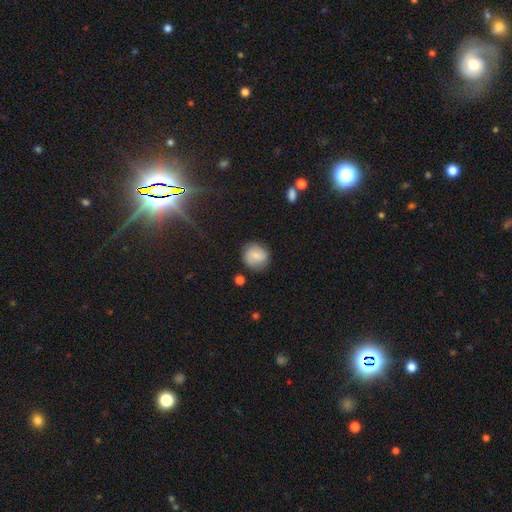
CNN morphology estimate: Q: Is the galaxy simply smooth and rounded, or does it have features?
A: smooth — 74%.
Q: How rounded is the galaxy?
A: round — 85%.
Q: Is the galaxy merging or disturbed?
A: none — 79%.